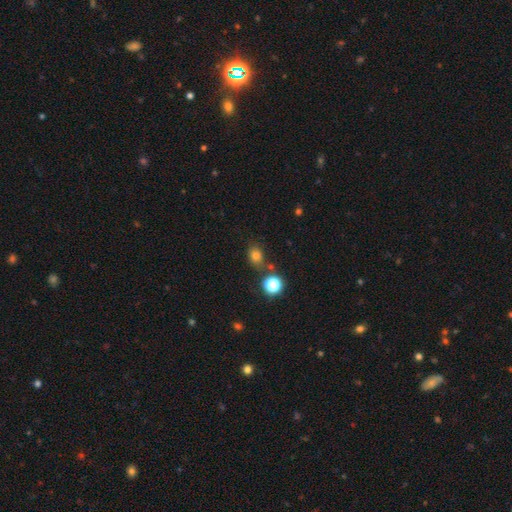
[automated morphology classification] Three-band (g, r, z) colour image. It shows a smooth galaxy with no disk features (75%) that is round (52%). Merging: none (72%).